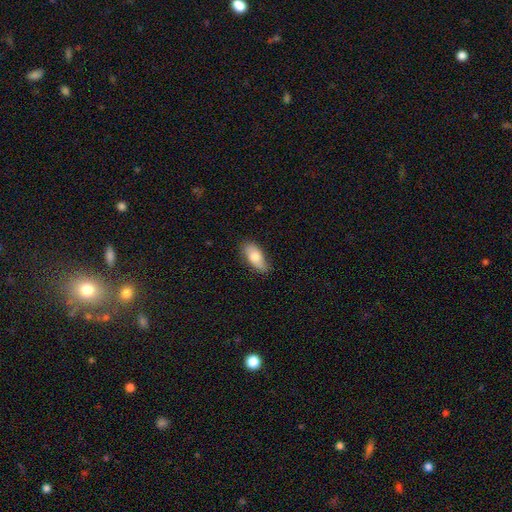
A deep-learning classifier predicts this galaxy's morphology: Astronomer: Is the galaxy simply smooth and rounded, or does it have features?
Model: smooth — 73%.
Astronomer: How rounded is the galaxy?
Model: in between — 85%.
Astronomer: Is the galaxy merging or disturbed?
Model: none — 76%.